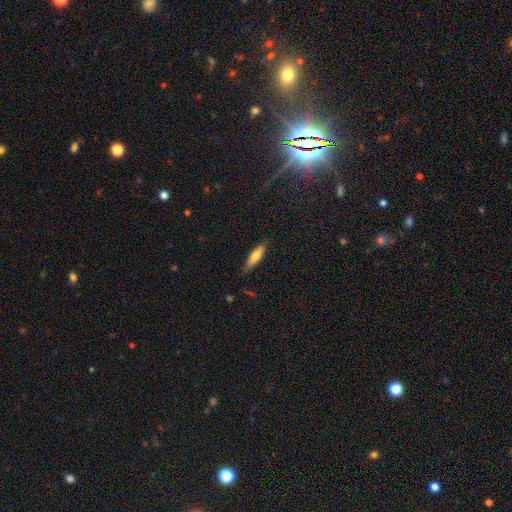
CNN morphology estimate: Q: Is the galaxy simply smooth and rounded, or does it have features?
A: smooth — 67%.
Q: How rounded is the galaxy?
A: cigar-shaped — 69%.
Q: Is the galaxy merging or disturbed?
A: none — 81%.